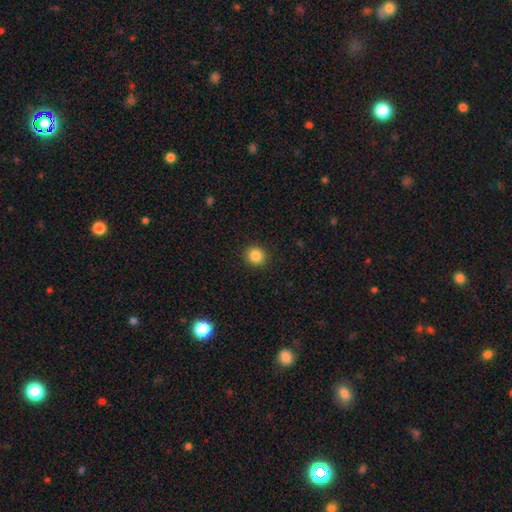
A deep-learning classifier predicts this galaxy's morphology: The model was most divided on "smooth or featured": smooth: 85%, star or artifact: 11%, featured or disk: 4%. More confident: merging — none (92%); how rounded — round (89%).